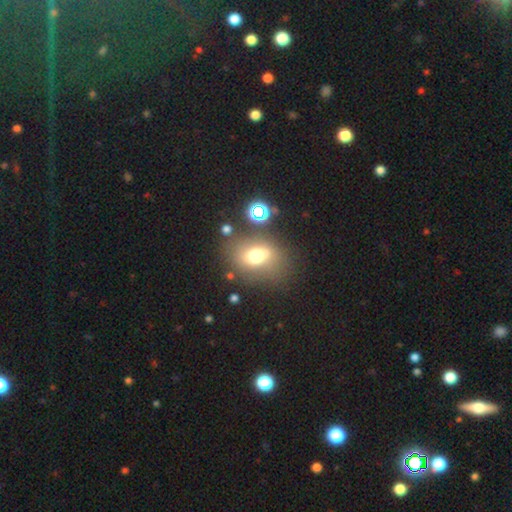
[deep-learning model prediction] Smooth or featured?
  - smooth: 59% *
  - featured or disk: 23%
  - star or artifact: 17%
How rounded?
  - in between: 58% *
  - round: 40%
  - cigar-shaped: 2%
Merging?
  - none: 65% *
  - minor disturbance: 16%
  - major disturbance: 10%
  - merger: 9%